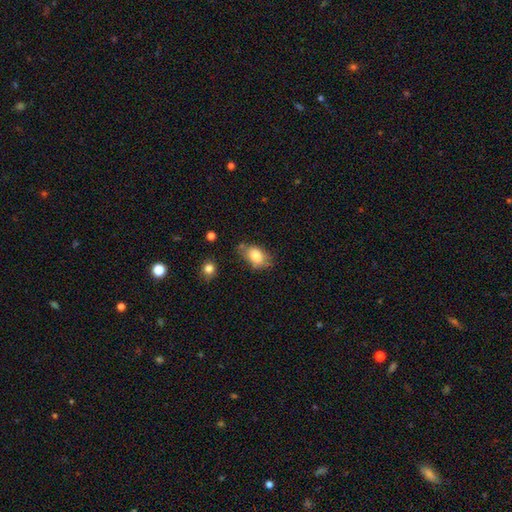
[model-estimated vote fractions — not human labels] This appears to be a smooth galaxy with no disk features (81%) that is in between round and cigar-shaped (87%). Merging: none (58%).